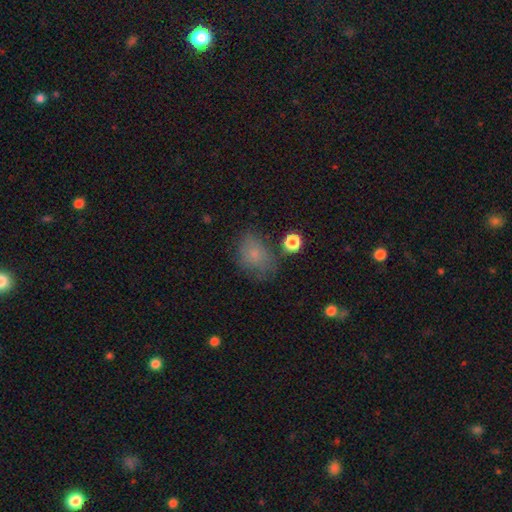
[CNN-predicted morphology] Q: Smooth or featured?
A: smooth (72%); runner-up: featured or disk (16%)
Q: How rounded?
A: in between (65%); runner-up: round (34%)
Q: Merging?
A: none (49%); runner-up: minor disturbance (27%)